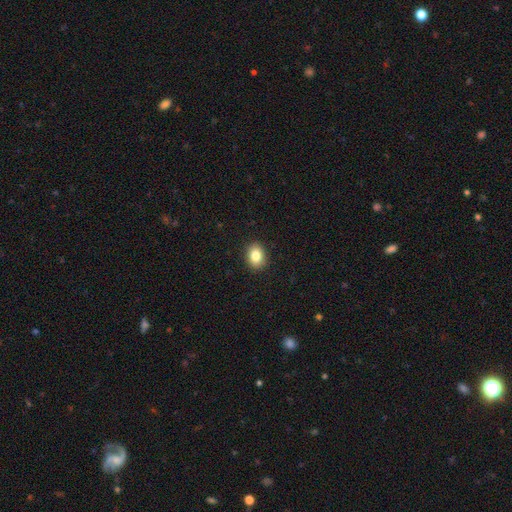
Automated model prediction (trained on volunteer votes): smooth 84%, star or artifact 9%, featured or disk 7%. Down the decision tree: how rounded — in between (59%); merging — none (90%).